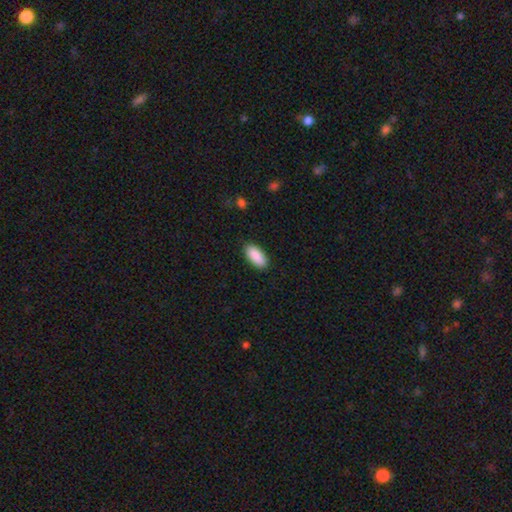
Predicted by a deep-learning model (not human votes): Smooth or featured: smooth — 91% (star or artifact — 6%)
How rounded: in between — 89% (cigar-shaped — 9%)
Merging: none — 89% (minor disturbance — 8%)